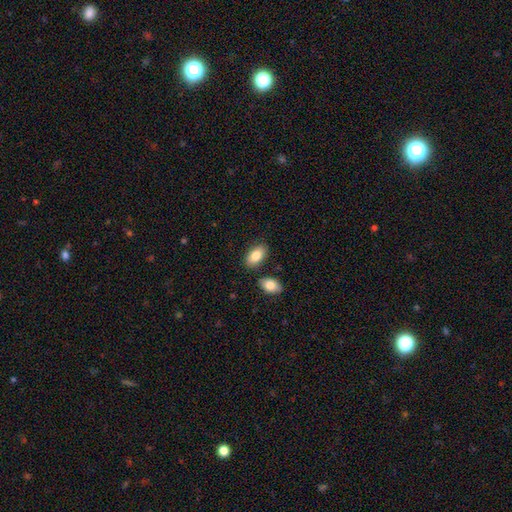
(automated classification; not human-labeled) Smooth or featured?
  - smooth: 83% *
  - featured or disk: 11%
  - star or artifact: 6%
How rounded?
  - in between: 94% *
  - round: 4%
  - cigar-shaped: 2%
Merging?
  - none: 79% *
  - minor disturbance: 10%
  - merger: 8%
  - major disturbance: 2%